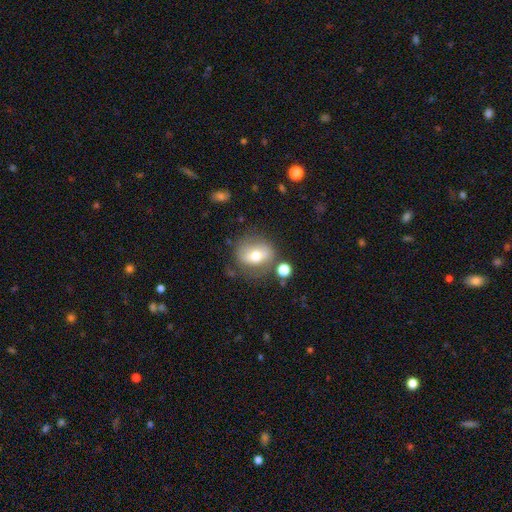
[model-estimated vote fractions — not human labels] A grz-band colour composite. It shows a smooth galaxy with no disk features (52%) that is round (53%). Merging: none (62%).